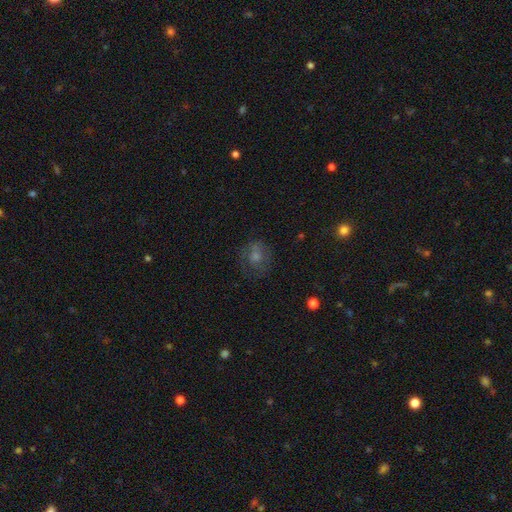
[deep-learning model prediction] Smooth or featured?
  - smooth: 44% *
  - featured or disk: 32%
  - star or artifact: 24%
Merging?
  - none: 75% *
  - minor disturbance: 15%
  - major disturbance: 9%
  - merger: 1%